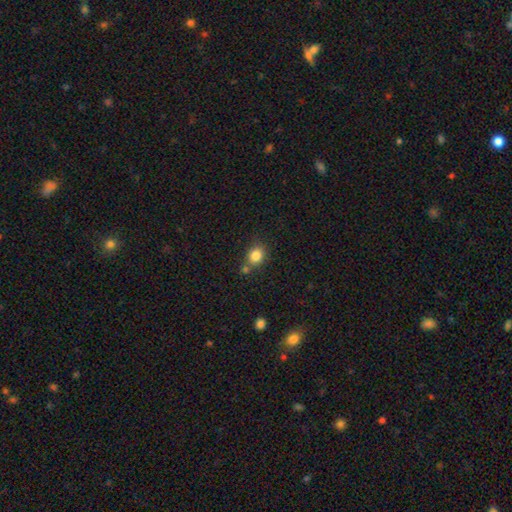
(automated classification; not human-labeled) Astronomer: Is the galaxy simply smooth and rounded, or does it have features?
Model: smooth — 83%.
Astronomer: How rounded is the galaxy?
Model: round — 72%.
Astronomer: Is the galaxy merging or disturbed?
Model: none — 64%.